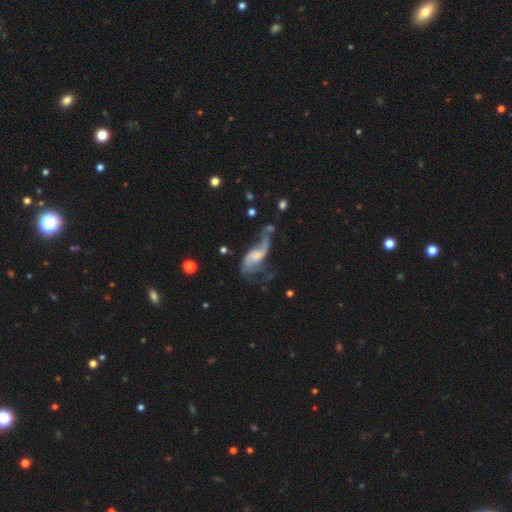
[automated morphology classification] This appears to be a featured or disk galaxy (76%) with no bar (52%), 2 (81%) loose (73%) spiral arms (89%) and no central bulge (32%). Merging: major disturbance (34%).